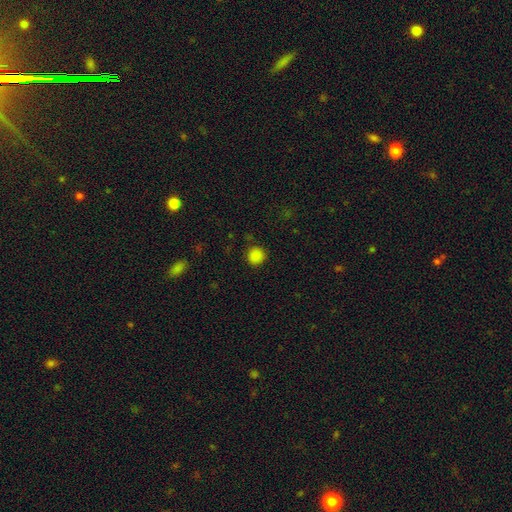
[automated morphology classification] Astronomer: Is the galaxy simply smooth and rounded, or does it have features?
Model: smooth — 85%.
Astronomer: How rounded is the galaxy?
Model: round — 89%.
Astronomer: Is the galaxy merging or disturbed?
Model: none — 87%.